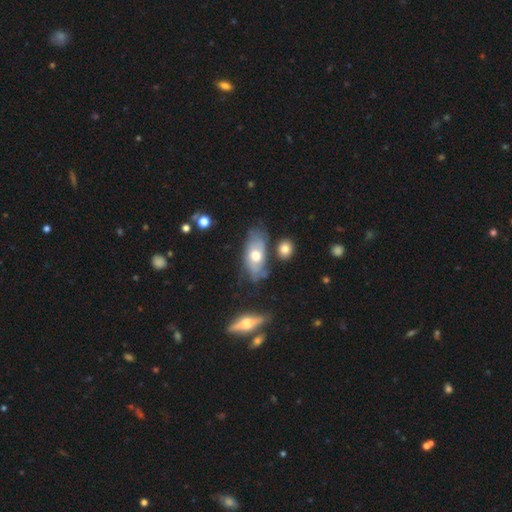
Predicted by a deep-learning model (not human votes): The model was most divided on "smooth or featured": smooth: 48%, featured or disk: 45%, star or artifact: 7%. More confident: merging — none (56%).